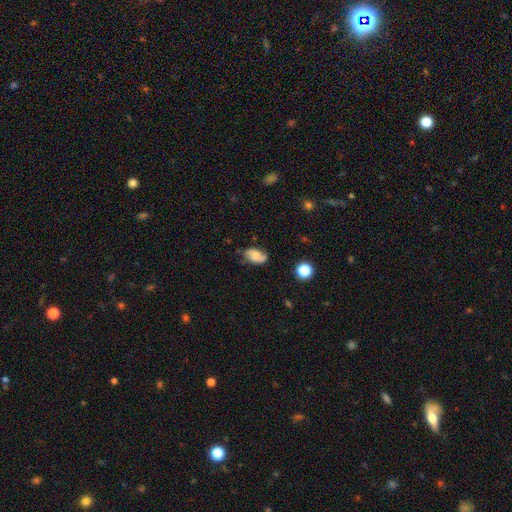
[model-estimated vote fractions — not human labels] smooth_or_featured: smooth (p=0.56) [alt: featured or disk p=0.34]
how_rounded: in between (p=0.88) [alt: round p=0.09]
merging: none (p=0.64) [alt: minor disturbance p=0.26]